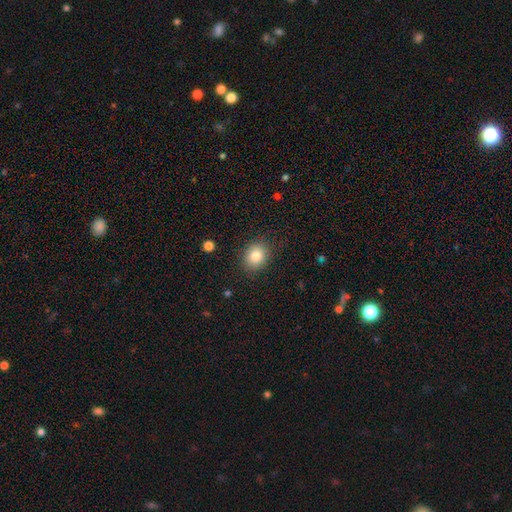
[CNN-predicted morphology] smooth_or_featured: smooth (p=0.85) [alt: star or artifact p=0.09]
how_rounded: round (p=0.55) [alt: in between p=0.44]
merging: none (p=0.85) [alt: minor disturbance p=0.10]